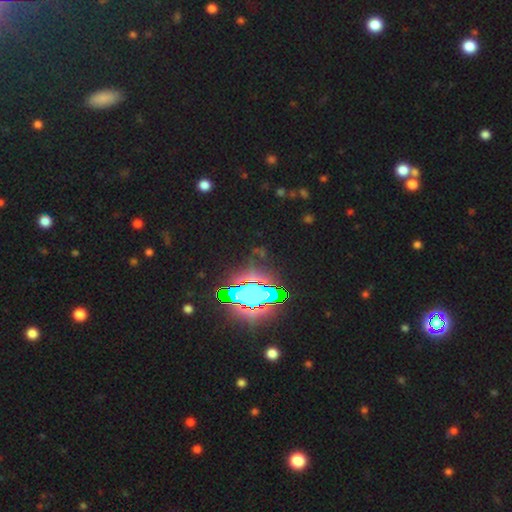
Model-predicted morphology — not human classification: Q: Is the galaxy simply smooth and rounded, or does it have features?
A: star or artifact — 83%.